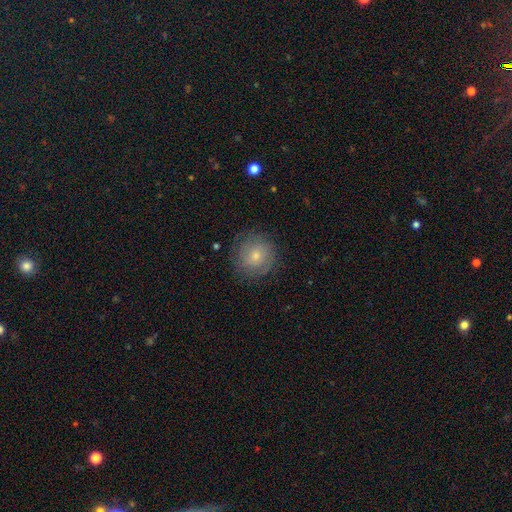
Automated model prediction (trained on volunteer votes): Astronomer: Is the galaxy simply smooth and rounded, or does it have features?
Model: smooth — 51% (runner-up: featured or disk, 36%).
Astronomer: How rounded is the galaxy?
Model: round — 92%.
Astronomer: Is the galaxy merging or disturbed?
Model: none — 83%.